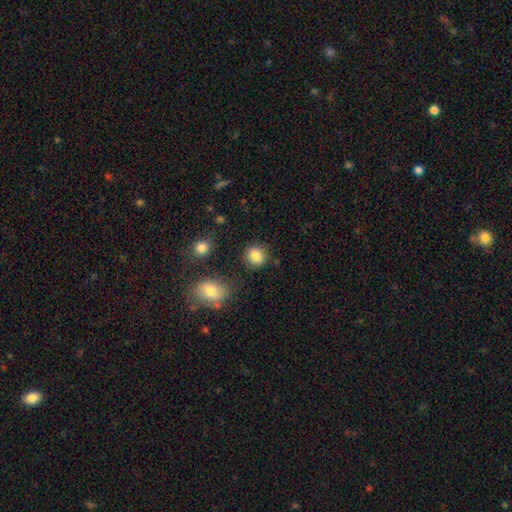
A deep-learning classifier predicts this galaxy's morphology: smooth-or-featured: smooth: 86% | star or artifact: 9% | featured or disk: 5%
  how-rounded: round: 81% | in between: 18% | cigar-shaped: 1%
  merging: none: 84% | minor disturbance: 9% | merger: 4% | major disturbance: 3%